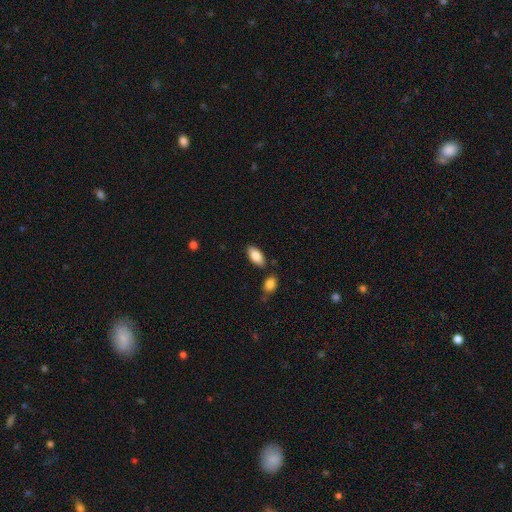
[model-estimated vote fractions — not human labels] Smooth or featured: smooth — 84% (featured or disk — 10%)
How rounded: in between — 92% (cigar-shaped — 6%)
Merging: none — 81% (minor disturbance — 11%)